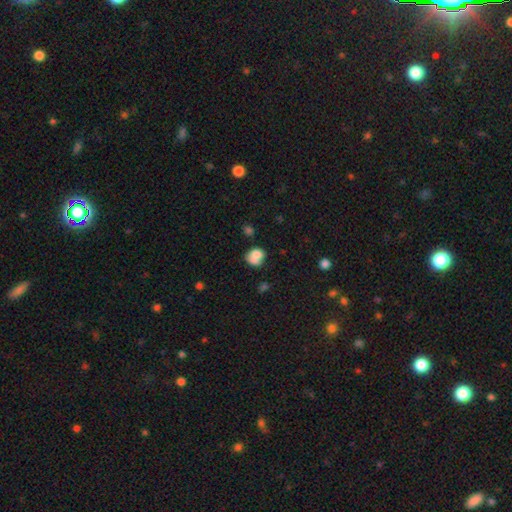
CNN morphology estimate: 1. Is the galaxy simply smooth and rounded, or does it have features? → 72% smooth, 18% featured or disk, 10% star or artifact.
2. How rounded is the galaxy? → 57% round, 42% in between, 1% cigar-shaped.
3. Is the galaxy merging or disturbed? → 45% merger, 30% none, 15% minor disturbance, 10% major disturbance.